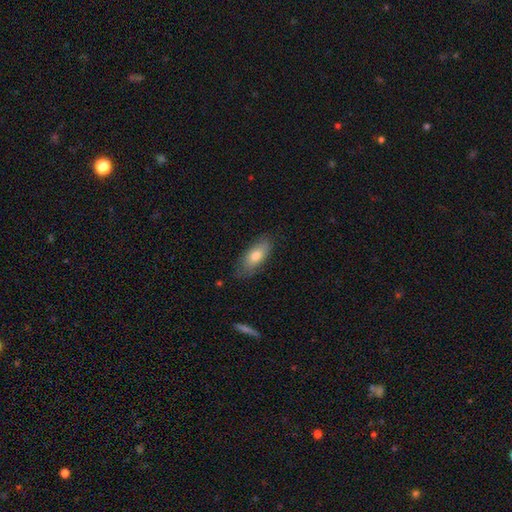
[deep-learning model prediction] Q: Smooth or featured?
A: smooth (74%); runner-up: featured or disk (20%)
Q: How rounded?
A: in between (82%); runner-up: cigar-shaped (15%)
Q: Merging?
A: none (73%); runner-up: minor disturbance (21%)